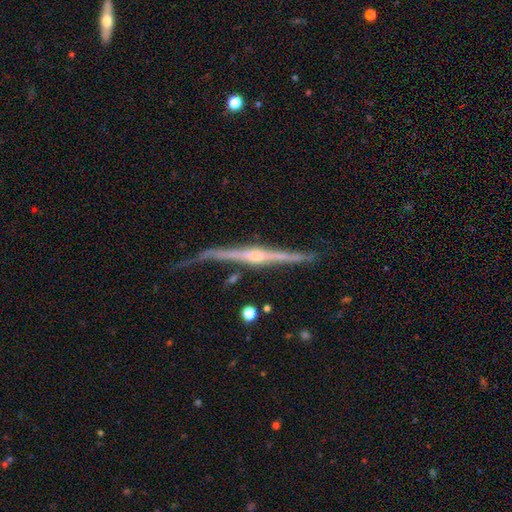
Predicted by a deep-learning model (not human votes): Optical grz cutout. It shows a featured or disk galaxy (86%) viewed edge-on (97%) with a rounded central bulge (83%). Merging: none (63%).